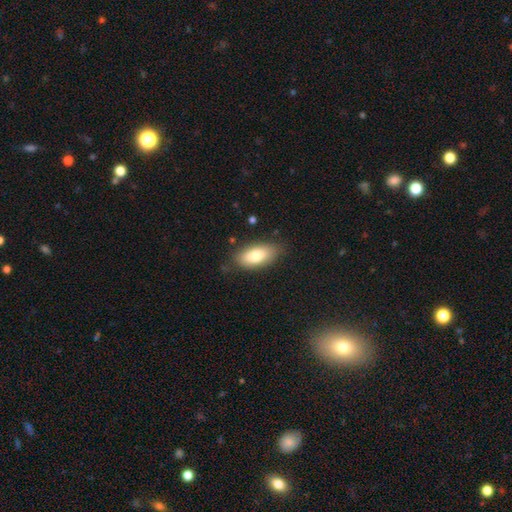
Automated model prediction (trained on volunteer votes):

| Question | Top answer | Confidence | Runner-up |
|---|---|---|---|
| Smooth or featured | smooth | 79% | featured or disk (14%) |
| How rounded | in between | 88% | cigar-shaped (9%) |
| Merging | none | 80% | minor disturbance (15%) |